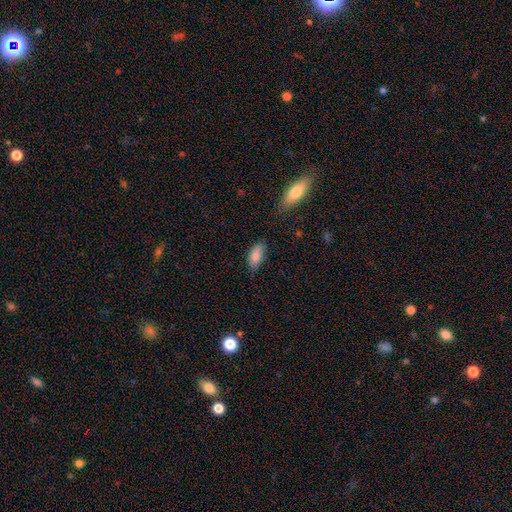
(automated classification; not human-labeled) Smooth or featured? Predicted: smooth (p=0.86). How rounded? Predicted: in between (p=0.87). Merging? Predicted: none (p=0.72).